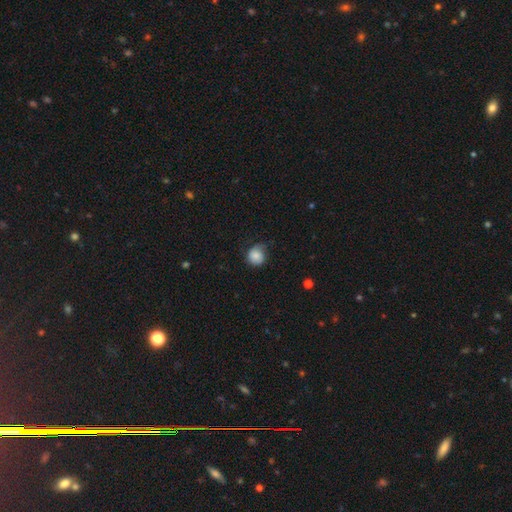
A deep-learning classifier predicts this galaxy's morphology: Smooth or featured? Predicted: smooth (p=0.78). How rounded? Predicted: round (p=0.79). Merging? Predicted: none (p=0.46).